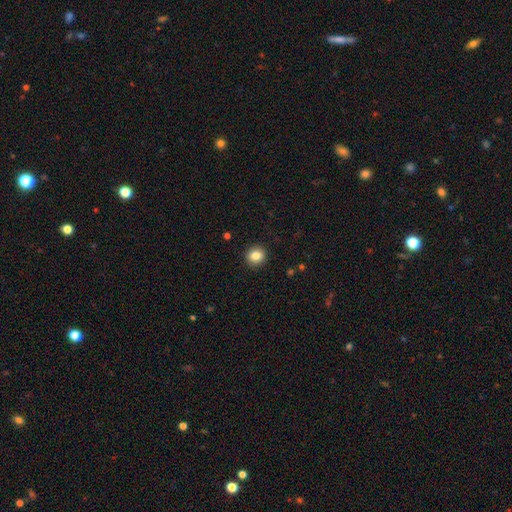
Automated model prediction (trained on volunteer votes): Smooth or featured? smooth (83%)
How rounded? round (89%)
Merging? none (92%)